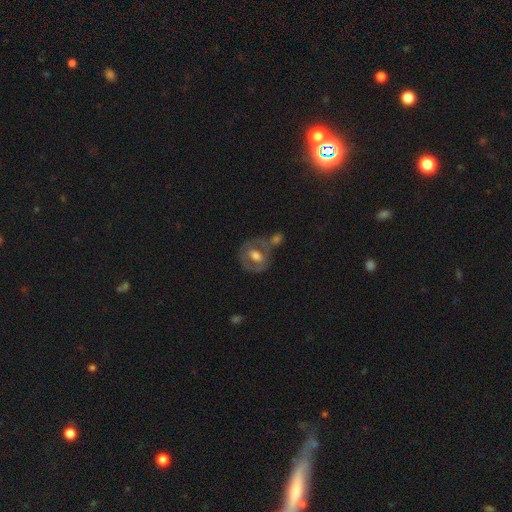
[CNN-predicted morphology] This appears to be a featured or disk galaxy (58%) with no bar (51%), no spiral arms (69%) and a moderate central bulge (67%). Merging: none (50%).